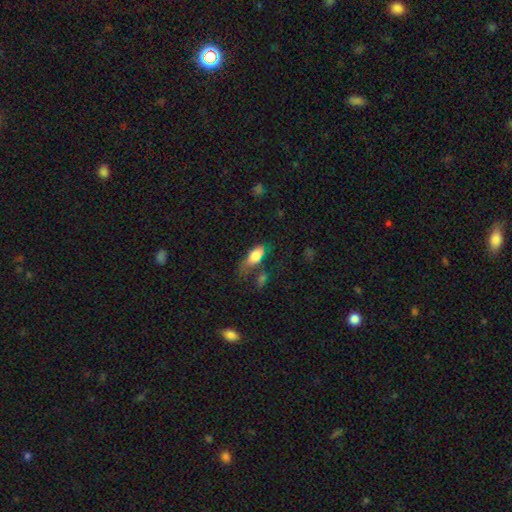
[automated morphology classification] Smooth or featured?
  - smooth: 76% *
  - featured or disk: 15%
  - star or artifact: 8%
How rounded?
  - in between: 84% *
  - cigar-shaped: 12%
  - round: 4%
Merging?
  - none: 32% *
  - minor disturbance: 29%
  - major disturbance: 28%
  - merger: 12%